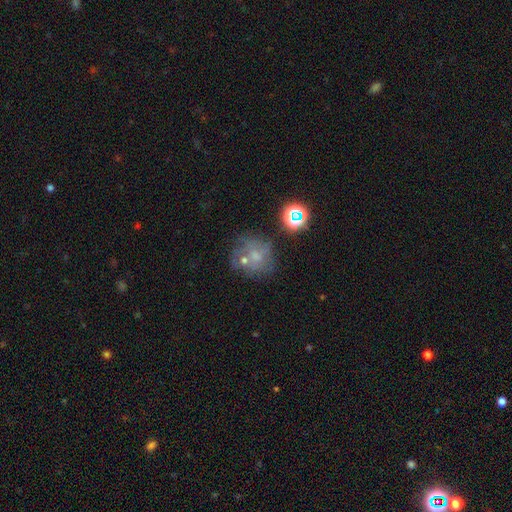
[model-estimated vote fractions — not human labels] This is marginally a smooth galaxy (40%). Merging: possibly none (50%).